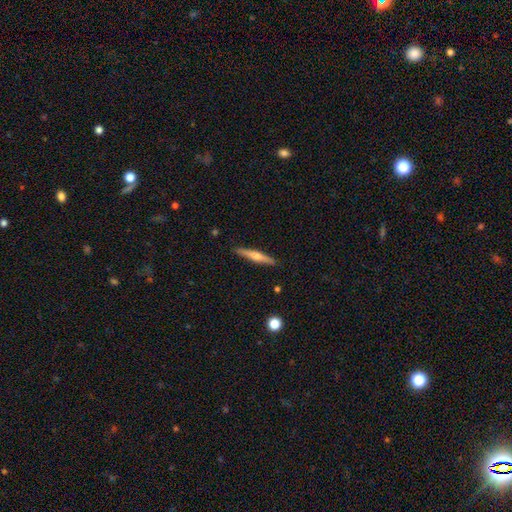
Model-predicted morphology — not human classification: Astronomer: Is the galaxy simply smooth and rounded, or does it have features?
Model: featured or disk — 58% (runner-up: smooth, 37%).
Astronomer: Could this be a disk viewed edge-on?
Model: yes — 97%.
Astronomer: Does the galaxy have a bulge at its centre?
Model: rounded — 87%.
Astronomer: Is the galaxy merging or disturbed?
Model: none — 90%.